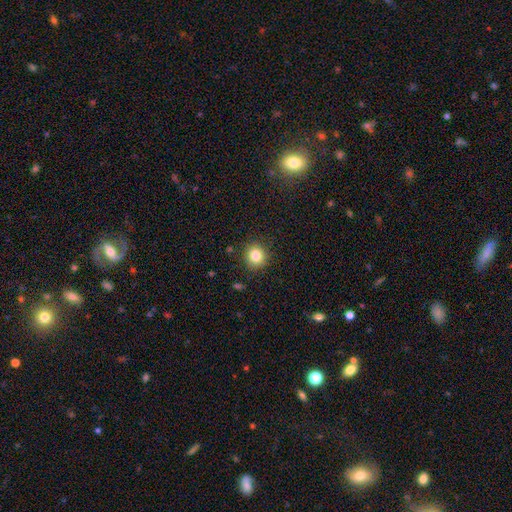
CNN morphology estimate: A smooth galaxy with no disk features (84%) that is round (87%).

Vote fractions:
- Smooth or featured? smooth: 84% / star or artifact: 11% / featured or disk: 5%
- How rounded? round: 87% / in between: 12% / cigar-shaped: 1%
- Merging? none: 88% / minor disturbance: 8% / major disturbance: 3% / merger: 1%